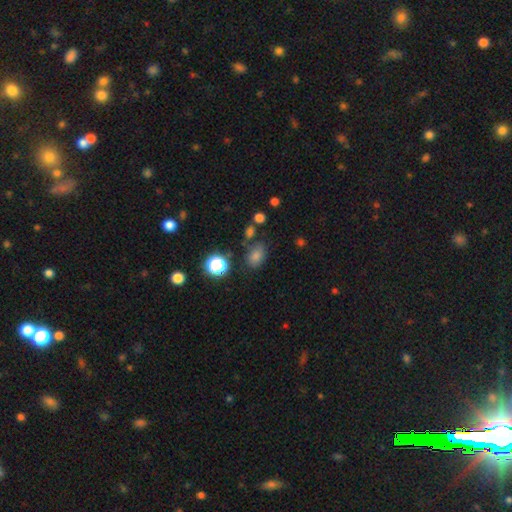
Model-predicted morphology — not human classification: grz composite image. It shows a smooth galaxy with no disk features (71%) that is in between round and cigar-shaped (69%). Merging: none (72%).